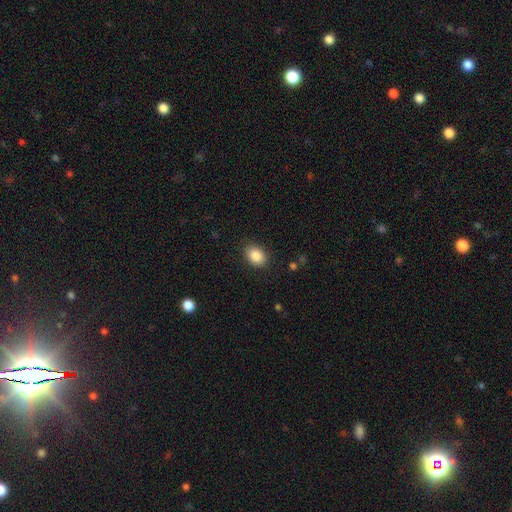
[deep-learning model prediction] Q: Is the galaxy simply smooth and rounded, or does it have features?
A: smooth — 87%.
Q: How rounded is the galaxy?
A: in between — 73%.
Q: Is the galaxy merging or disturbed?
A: none — 87%.